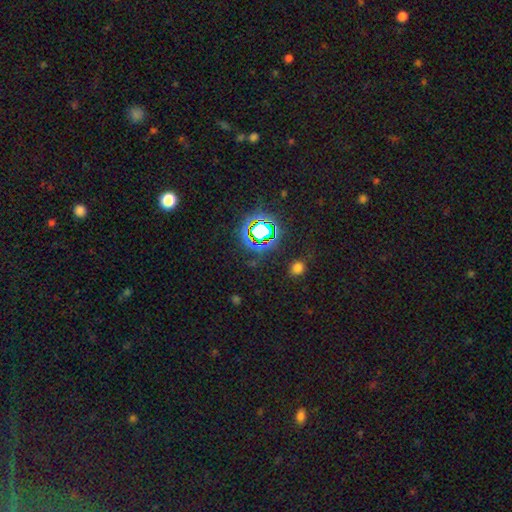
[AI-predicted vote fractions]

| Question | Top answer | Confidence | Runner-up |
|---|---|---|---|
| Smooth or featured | star or artifact | 78% | smooth (15%) |